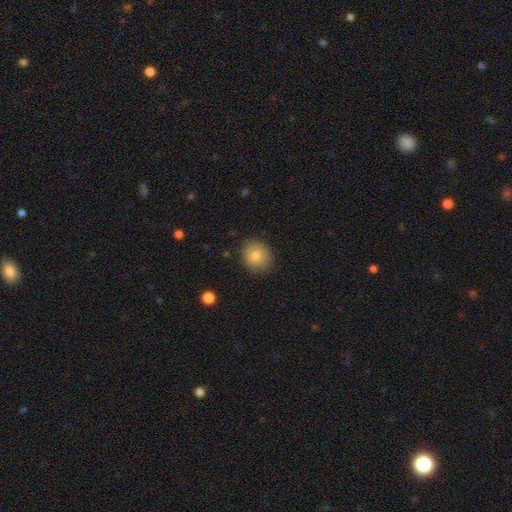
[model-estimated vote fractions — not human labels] Overall: smooth (79%). How rounded: round (81%). Merging: none (84%).